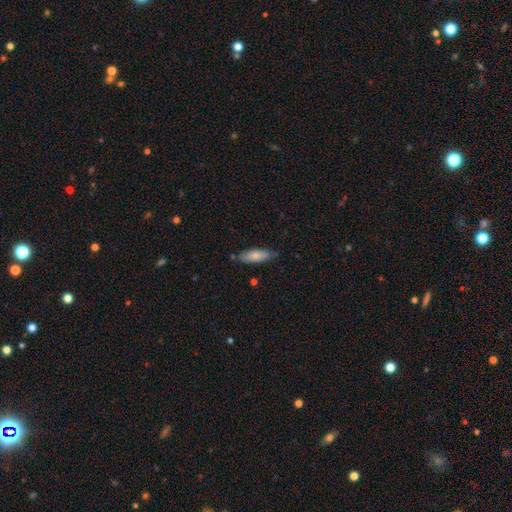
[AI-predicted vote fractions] Smooth or featured? smooth (78%)
How rounded? in between (59%)
Merging? none (75%)